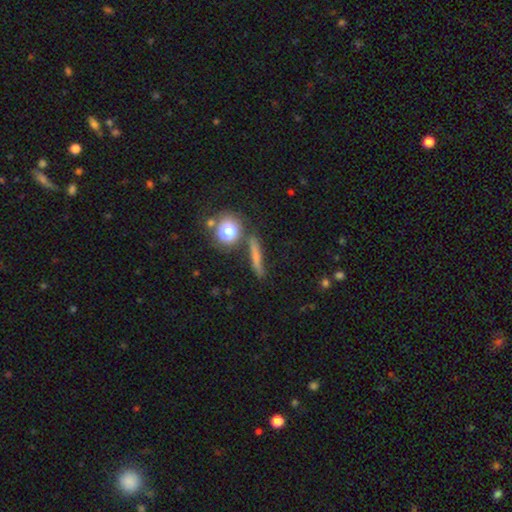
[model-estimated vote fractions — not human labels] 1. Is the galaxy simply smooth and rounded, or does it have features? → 55% smooth, 30% featured or disk, 15% star or artifact.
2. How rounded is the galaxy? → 66% cigar-shaped, 22% round, 12% in between.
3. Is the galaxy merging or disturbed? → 74% none, 13% minor disturbance, 8% merger, 5% major disturbance.